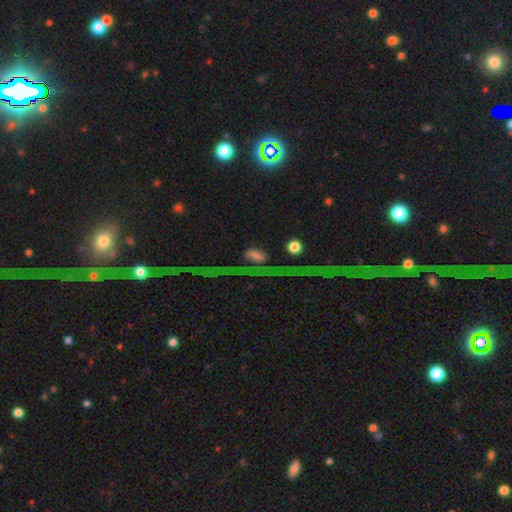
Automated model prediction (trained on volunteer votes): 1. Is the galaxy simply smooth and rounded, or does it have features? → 40% star or artifact, 38% smooth, 22% featured or disk.